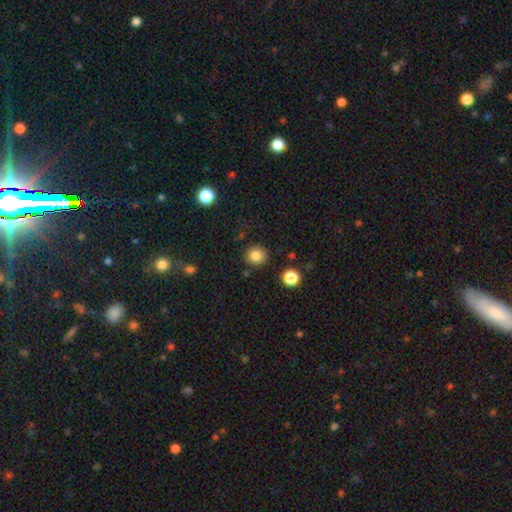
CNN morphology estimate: Smooth or featured? Predicted: smooth (p=0.84). How rounded? Predicted: round (p=0.86). Merging? Predicted: none (p=0.88).